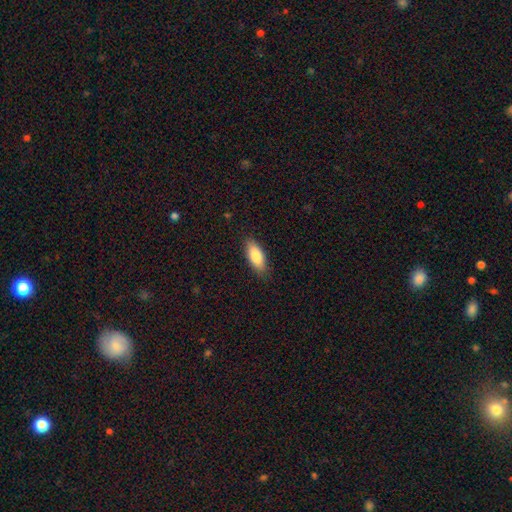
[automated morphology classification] The model was most divided on "how rounded": in between: 83%, cigar-shaped: 15%, round: 2%. More confident: merging — none (85%); smooth or featured — smooth (84%).